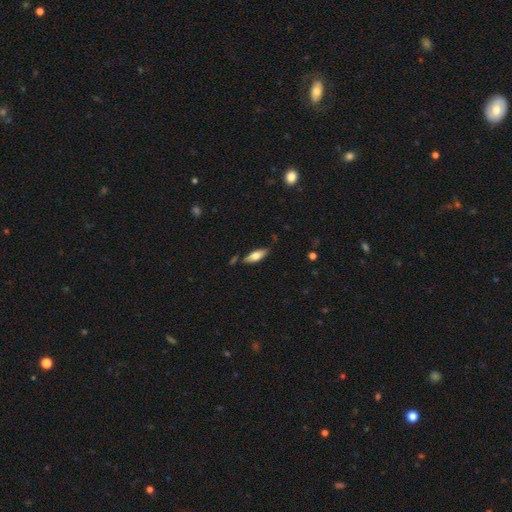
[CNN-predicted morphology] type=smooth (61%); roundness=in between (64%); merging=none (76%).